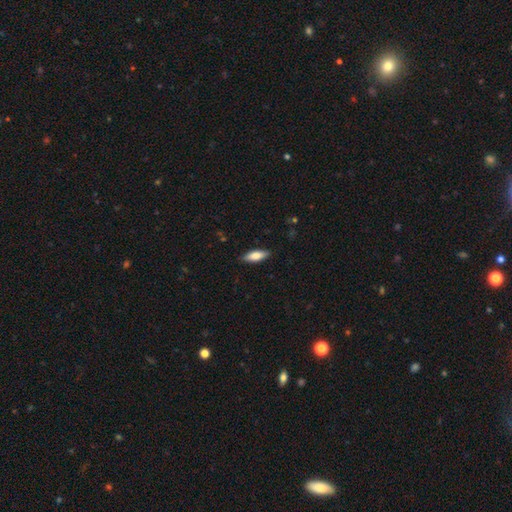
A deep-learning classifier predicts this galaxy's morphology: A smooth galaxy with no disk features (76%) that is in between round and cigar-shaped (62%). Merging: none (88%).